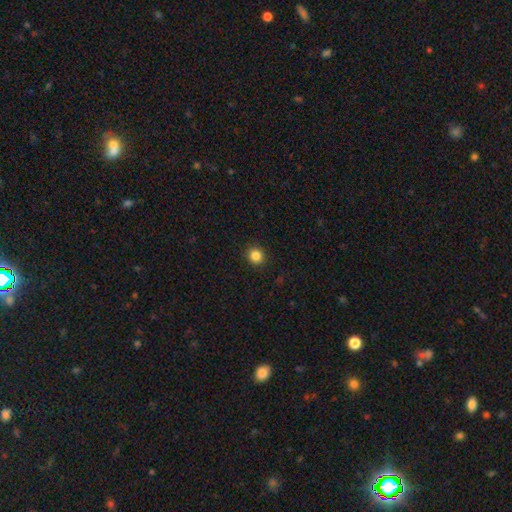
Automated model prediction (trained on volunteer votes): A smooth galaxy with no disk features (85%) that is round (89%). Merging: none (92%).